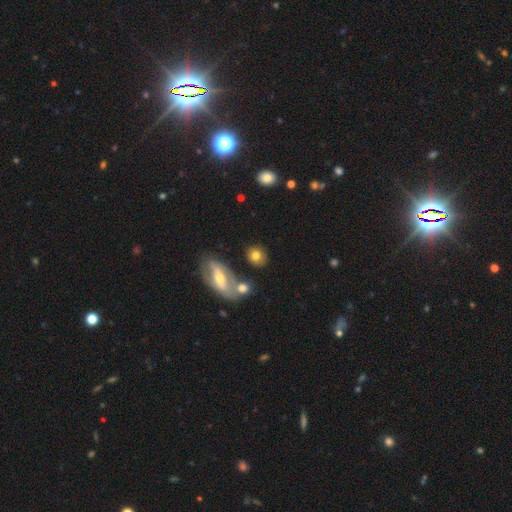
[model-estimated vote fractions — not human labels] smooth_or_featured: smooth (p=0.72) [alt: featured or disk p=0.19]
how_rounded: round (p=0.64) [alt: in between p=0.33]
merging: none (p=0.71) [alt: merger p=0.13]